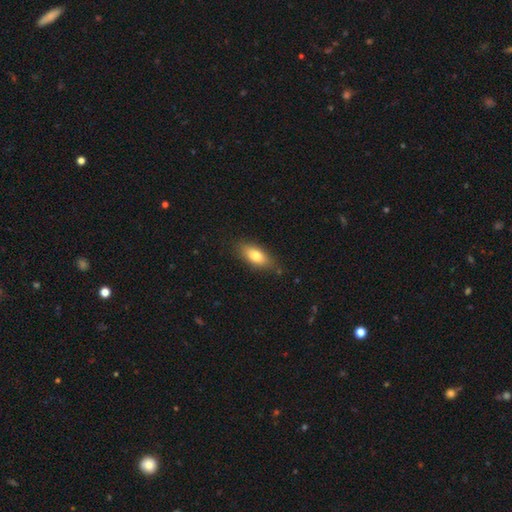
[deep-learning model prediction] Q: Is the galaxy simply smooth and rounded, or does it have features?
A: smooth — 76%.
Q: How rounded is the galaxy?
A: in between — 82%.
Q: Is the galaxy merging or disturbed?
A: none — 82%.